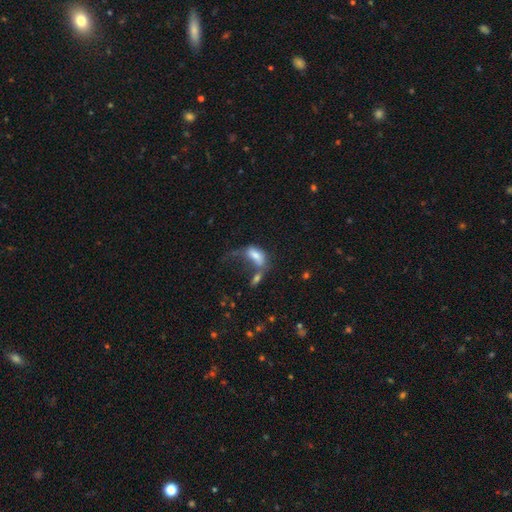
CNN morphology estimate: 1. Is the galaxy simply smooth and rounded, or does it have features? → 66% smooth, 24% featured or disk, 10% star or artifact.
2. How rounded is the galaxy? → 86% in between, 10% cigar-shaped, 5% round.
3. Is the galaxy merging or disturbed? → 42% merger, 30% major disturbance, 15% none, 12% minor disturbance.